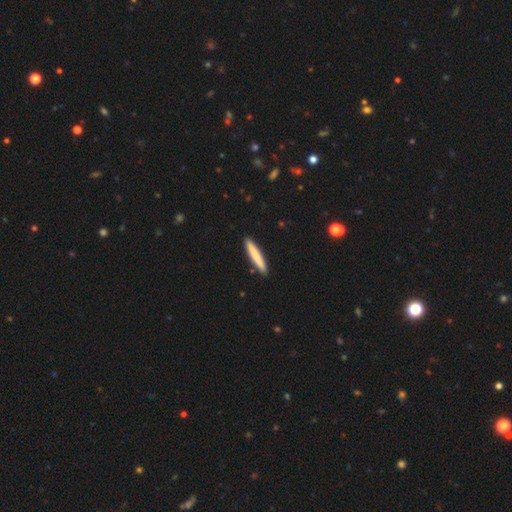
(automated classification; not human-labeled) This appears to be a smooth galaxy with no disk features (77%) that is cigar-shaped (94%). Merging: none (90%).